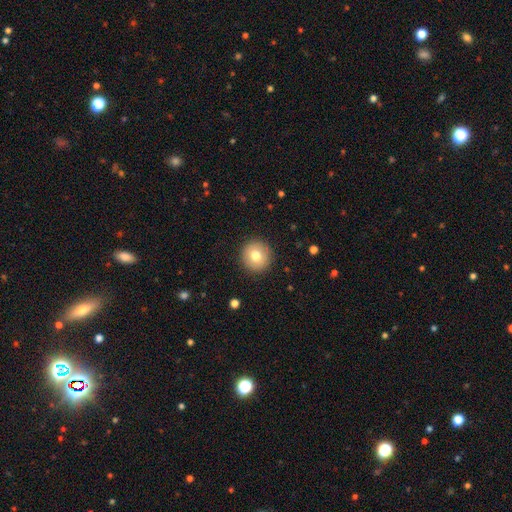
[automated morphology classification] Smooth or featured: smooth — 77% (featured or disk — 14%)
How rounded: round — 95% (in between — 4%)
Merging: none — 92% (minor disturbance — 5%)